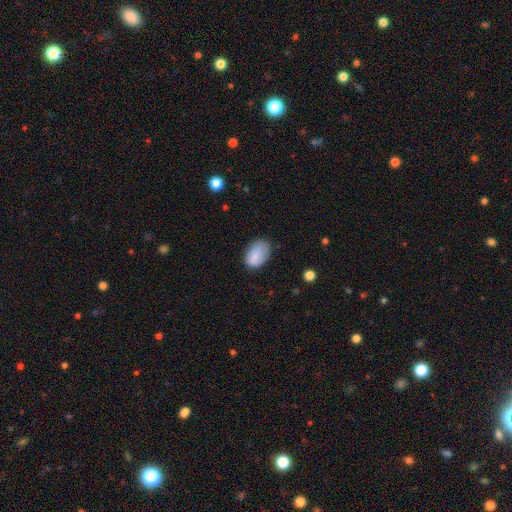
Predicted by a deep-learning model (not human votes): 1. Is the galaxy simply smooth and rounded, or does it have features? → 85% smooth, 8% featured or disk, 7% star or artifact.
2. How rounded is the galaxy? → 88% in between, 11% round, 1% cigar-shaped.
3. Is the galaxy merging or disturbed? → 67% none, 26% minor disturbance, 6% major disturbance, 1% merger.